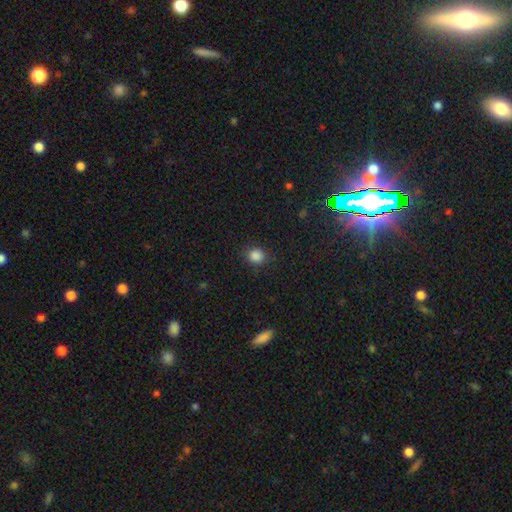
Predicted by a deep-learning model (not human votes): Smooth or featured? Predicted: smooth (p=0.85). How rounded? Predicted: round (p=0.80). Merging? Predicted: none (p=0.87).